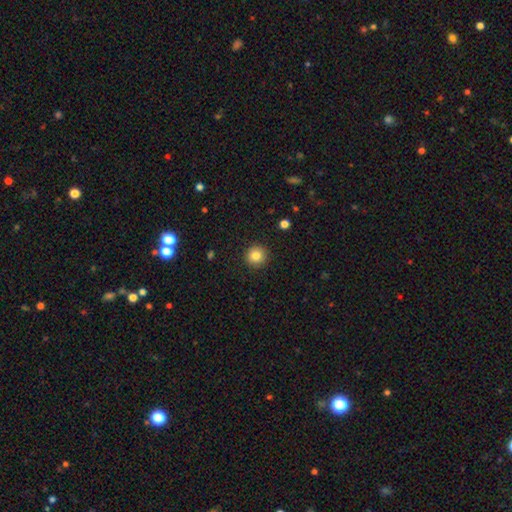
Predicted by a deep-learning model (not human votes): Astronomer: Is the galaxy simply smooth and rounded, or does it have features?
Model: smooth — 83%.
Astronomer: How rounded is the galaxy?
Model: round — 94%.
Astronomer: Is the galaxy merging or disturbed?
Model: none — 92%.